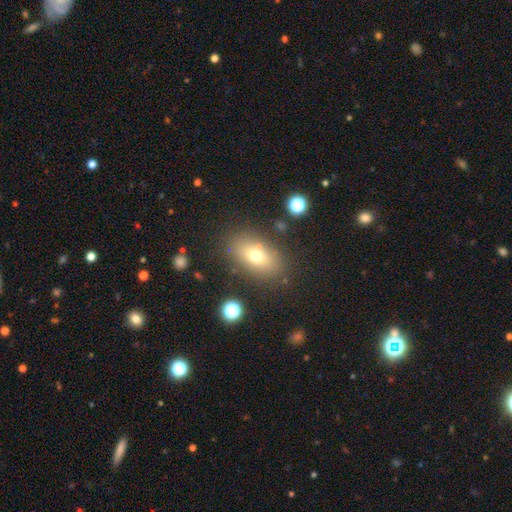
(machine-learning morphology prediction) Q: Smooth or featured?
A: smooth (69%); runner-up: featured or disk (18%)
Q: How rounded?
A: in between (82%); runner-up: round (15%)
Q: Merging?
A: none (78%); runner-up: minor disturbance (12%)